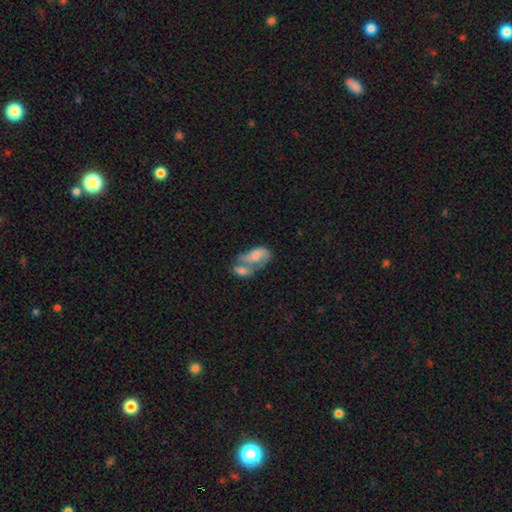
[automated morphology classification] This is possibly a smooth galaxy (49%). Merging: likely merger (67%).